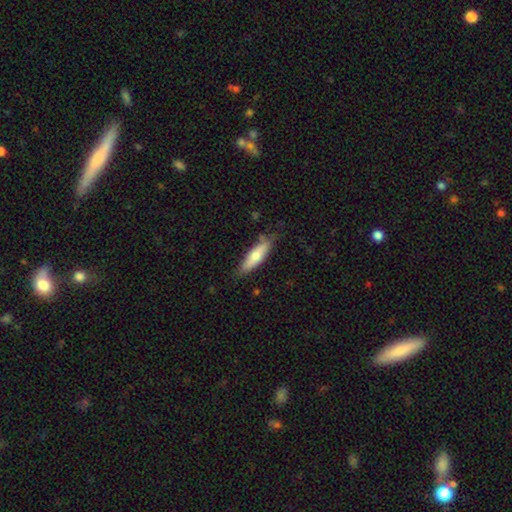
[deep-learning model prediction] smooth-or-featured: smooth: 64% | featured or disk: 31% | star or artifact: 6%
  how-rounded: cigar-shaped: 62% | in between: 37% | round: 2%
  merging: none: 76% | minor disturbance: 19% | major disturbance: 3% | merger: 2%